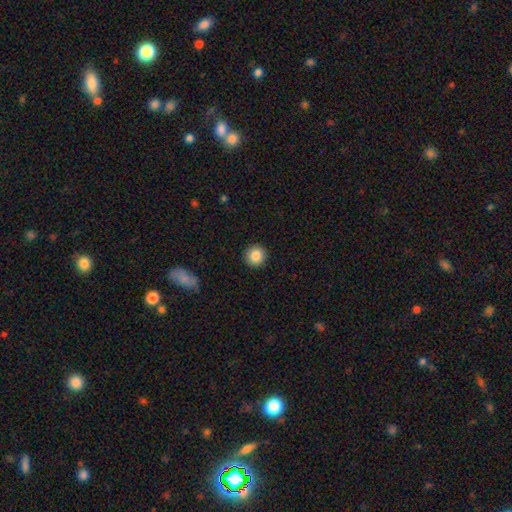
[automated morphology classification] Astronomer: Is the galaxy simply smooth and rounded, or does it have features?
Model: smooth — 86%.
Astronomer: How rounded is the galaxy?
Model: round — 95%.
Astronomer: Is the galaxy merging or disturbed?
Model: none — 93%.